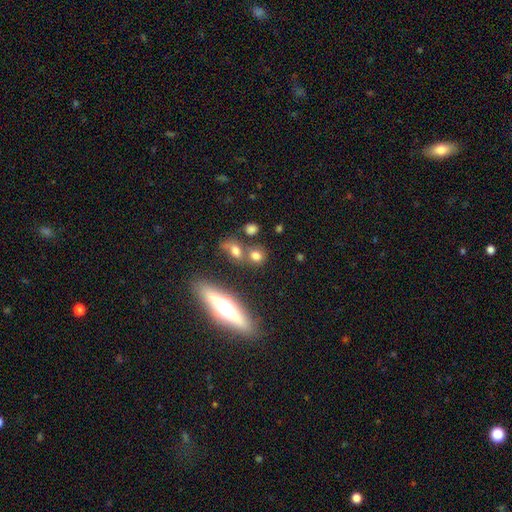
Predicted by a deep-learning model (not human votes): Morphology: type=smooth (70%); roundness=round (67%); merging=none (64%).